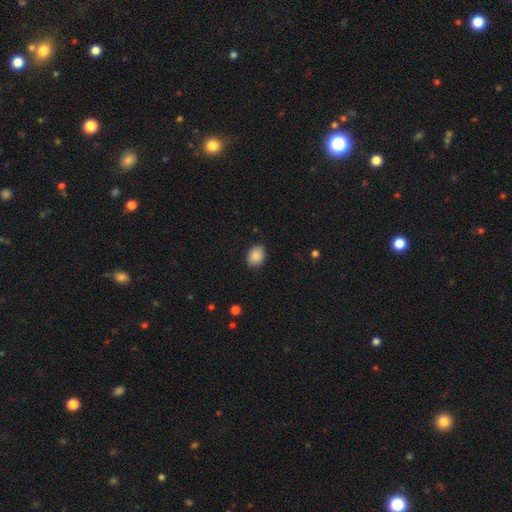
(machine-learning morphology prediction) This appears to be a smooth galaxy with no disk features (87%) that is in between round and cigar-shaped (68%). Merging: none (87%).